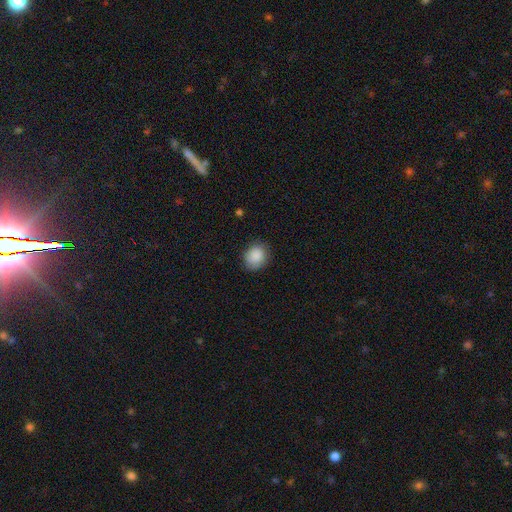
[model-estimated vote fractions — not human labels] A smooth galaxy with no disk features (87%) that is round (67%). Merging: none (79%).